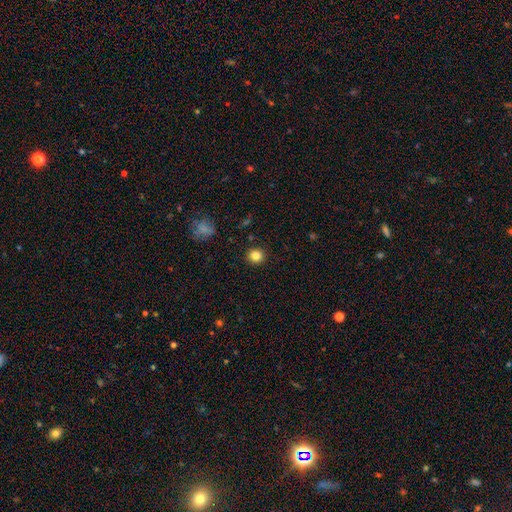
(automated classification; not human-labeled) Overall: smooth (83%). How rounded: round (89%). Merging: none (91%).